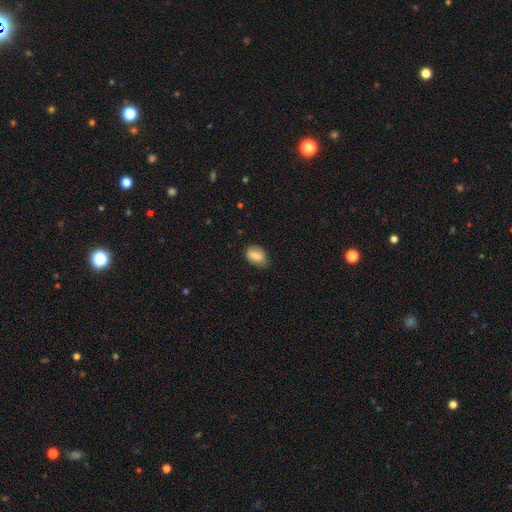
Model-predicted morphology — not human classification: This appears to be a smooth galaxy with no disk features (79%) that is in between round and cigar-shaped (86%). Merging: none (70%).